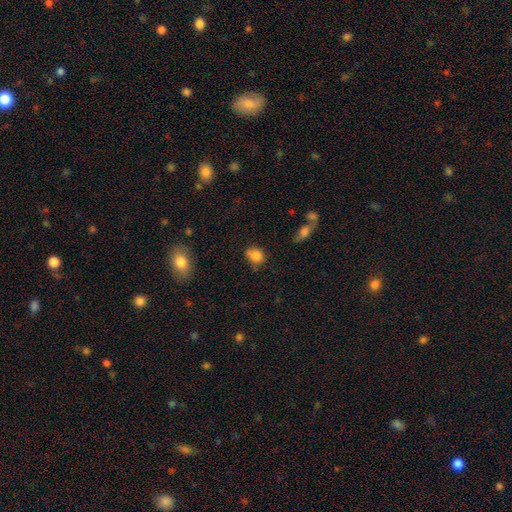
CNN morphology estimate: Q: Smooth or featured?
A: smooth (83%); runner-up: star or artifact (10%)
Q: How rounded?
A: round (58%); runner-up: in between (41%)
Q: Merging?
A: none (64%); runner-up: minor disturbance (26%)